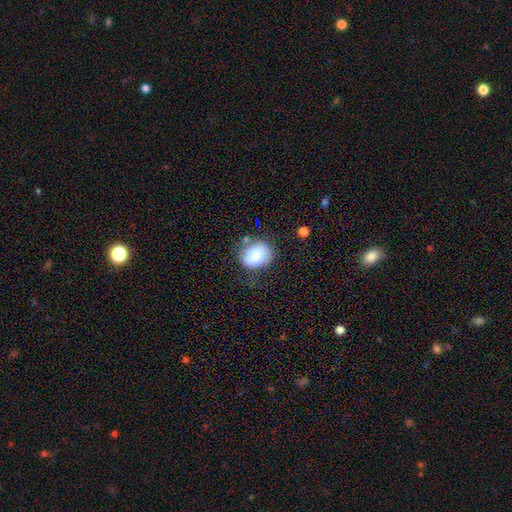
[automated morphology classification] Smooth or featured? smooth (75%)
How rounded? round (52%)
Merging? none (49%)